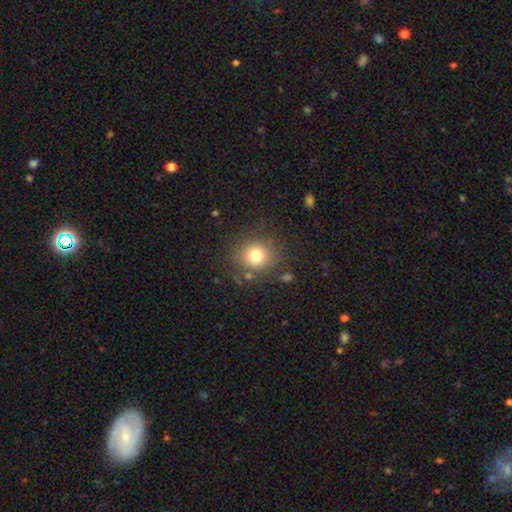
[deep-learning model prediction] smooth_or_featured: smooth (p=0.77) [alt: star or artifact p=0.14]
how_rounded: round (p=0.86) [alt: in between p=0.13]
merging: none (p=0.83) [alt: minor disturbance p=0.10]